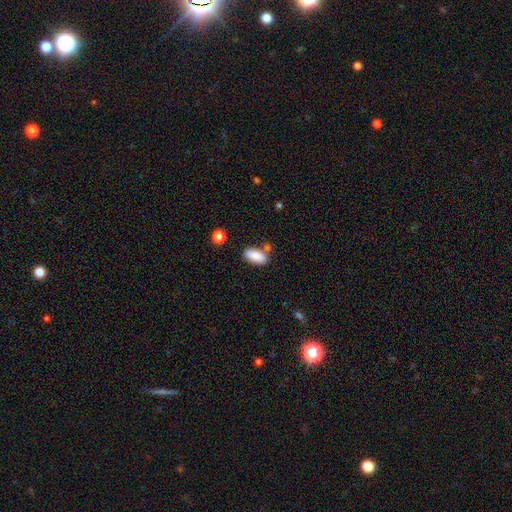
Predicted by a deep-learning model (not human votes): Morphology: type=smooth (88%); roundness=in between (89%); merging=none (74%).